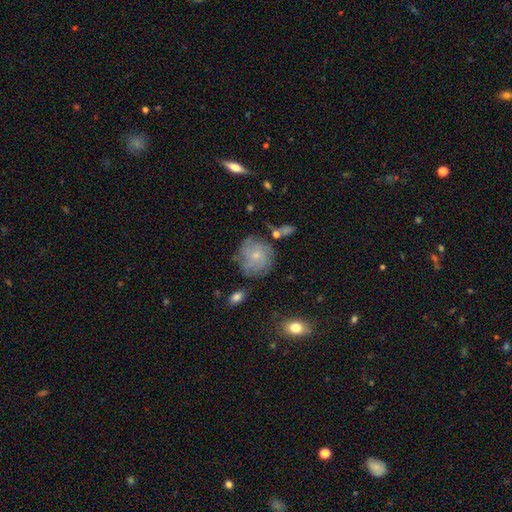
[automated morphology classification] A featured or disk galaxy (61%) with no bar (80%), tight (61%) spiral arms (85%) and a small central bulge (74%).

Vote fractions:
- Smooth or featured? featured or disk: 61% / smooth: 29% / star or artifact: 10%
- Edge-on disk? no: 97% / yes: 3%
- Bar? no: 80% / weak: 17% / strong: 2%
- Spiral arms? yes: 85% / no: 15%
- Spiral winding? tight: 61% / medium: 28% / loose: 11%
- Spiral arm count? can't tell: 46% / 4: 16% / 3: 15% / 2: 10% / more than 4: 8% / 1: 6%
- Bulge size? small: 74% / moderate: 20% / none: 3% / large: 1% / dominant: 1%
- Merging? none: 66% / minor disturbance: 21% / major disturbance: 9% / merger: 4%